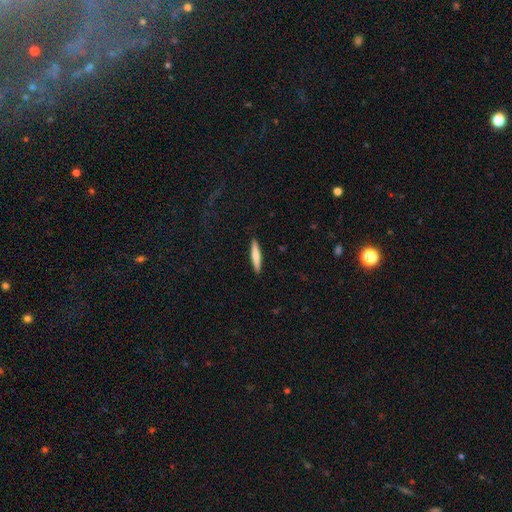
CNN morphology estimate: A smooth galaxy with no disk features (67%) that is cigar-shaped (90%). Merging: none (91%).